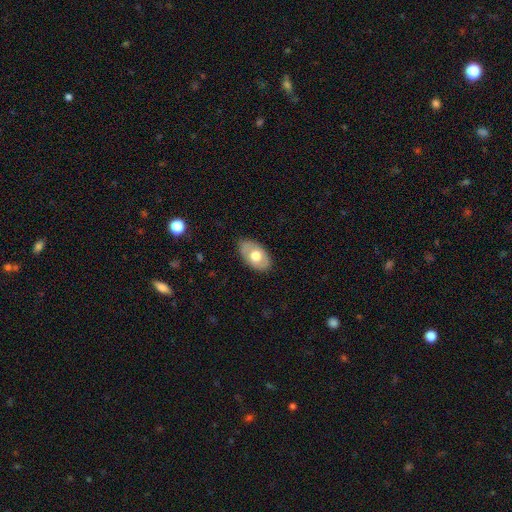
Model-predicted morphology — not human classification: smooth 62%, featured or disk 32%, star or artifact 6%. Down the decision tree: how rounded — in between (91%); merging — none (81%).